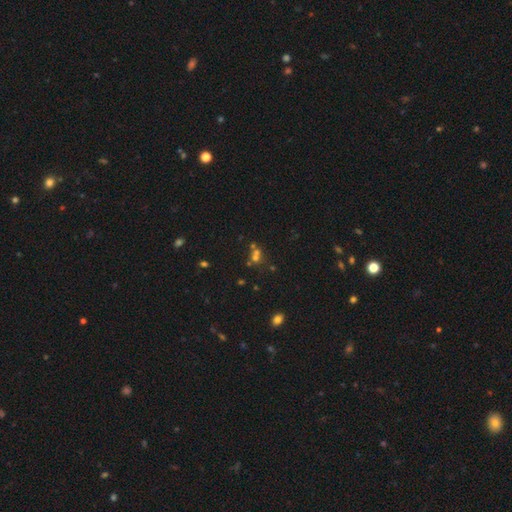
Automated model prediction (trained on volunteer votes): smooth 47%, star or artifact 33%, featured or disk 19%. Down the decision tree: merging — merger (45%).